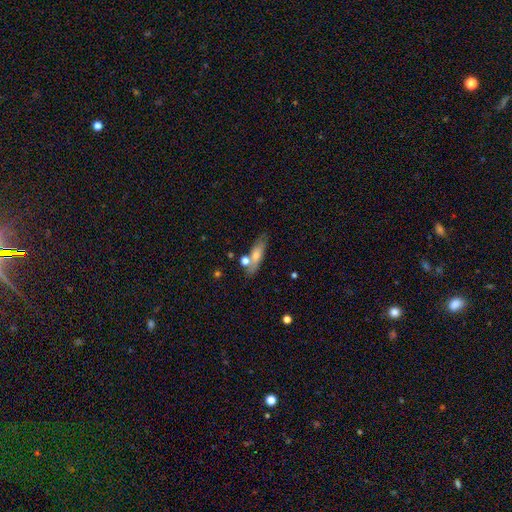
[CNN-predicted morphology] A smooth galaxy with no disk features (65%) that is in between round and cigar-shaped (51%).

Vote fractions:
- Smooth or featured? smooth: 65% / featured or disk: 27% / star or artifact: 8%
- How rounded? in between: 51% / cigar-shaped: 45% / round: 4%
- Merging? none: 65% / minor disturbance: 16% / merger: 15% / major disturbance: 5%